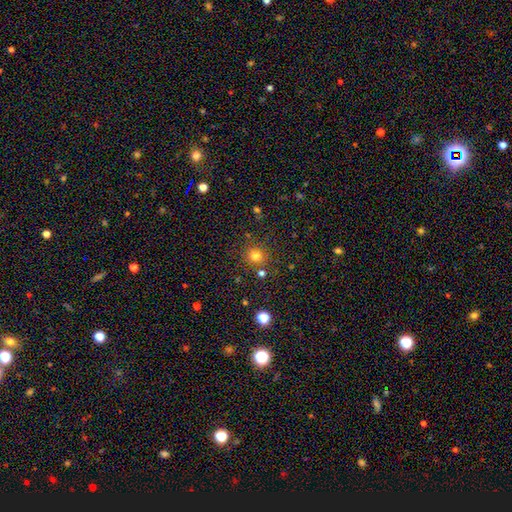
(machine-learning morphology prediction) Overall: smooth (76%). How rounded: round (91%). Merging: none (81%).